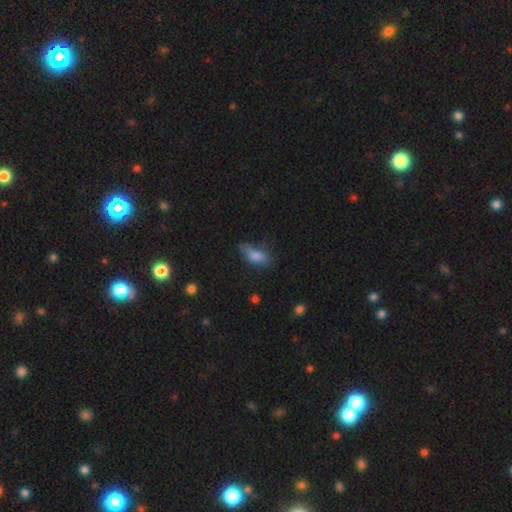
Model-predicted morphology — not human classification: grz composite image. It shows a smooth galaxy with no disk features (74%) that is in between round and cigar-shaped (72%). Merging: none (47%).